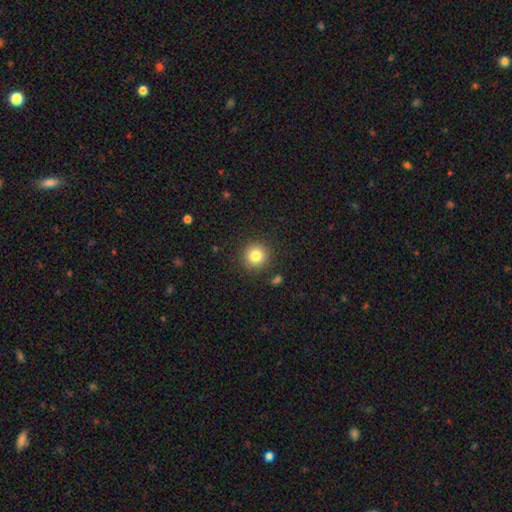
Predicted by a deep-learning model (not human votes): A smooth galaxy with no disk features (82%) that is round (94%).

Vote fractions:
- Smooth or featured? smooth: 82% / star or artifact: 11% / featured or disk: 7%
- How rounded? round: 94% / in between: 5% / cigar-shaped: 1%
- Merging? none: 89% / minor disturbance: 6% / major disturbance: 2% / merger: 2%